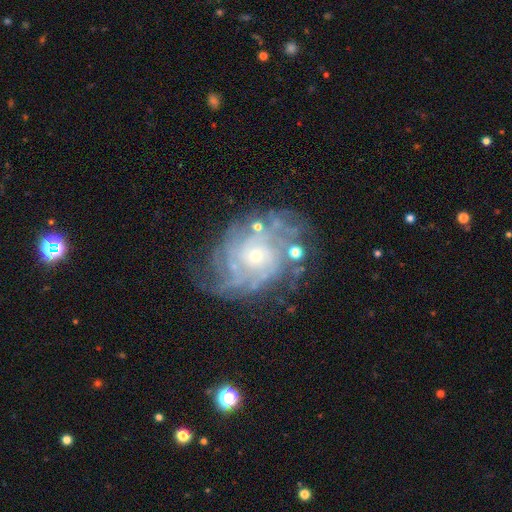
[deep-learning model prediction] Smooth or featured? Predicted: featured or disk (p=0.85). Edge-on disk? Predicted: no (p=0.97). Bar? Predicted: no (p=0.81). Spiral arms? Predicted: yes (p=0.94). Spiral winding? Predicted: tight (p=0.66). Spiral arm count? Predicted: can't tell (p=0.31). Bulge size? Predicted: small (p=0.72). Merging? Predicted: none (p=0.67).